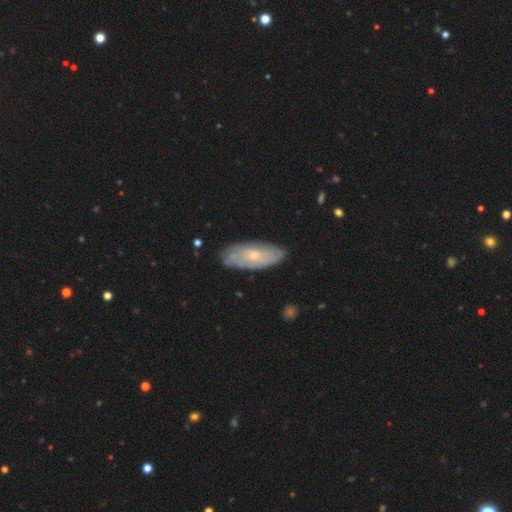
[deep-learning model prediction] featured or disk 56%, smooth 38%, star or artifact 6%. Down the decision tree: edge-on disk — no (85%); merging — none (78%).